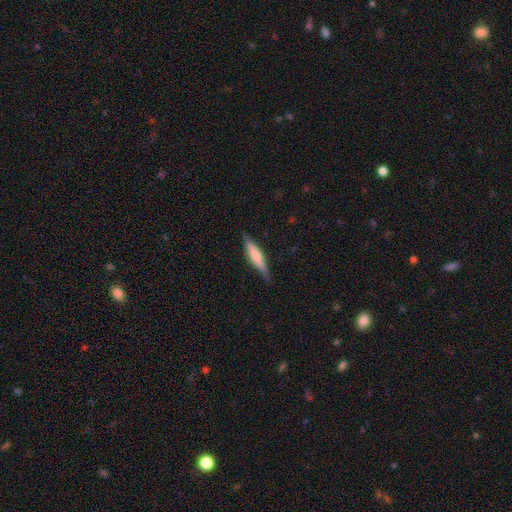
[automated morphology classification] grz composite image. It shows a smooth galaxy with no disk features (47%, tied with featured or disk). Merging: none (85%).